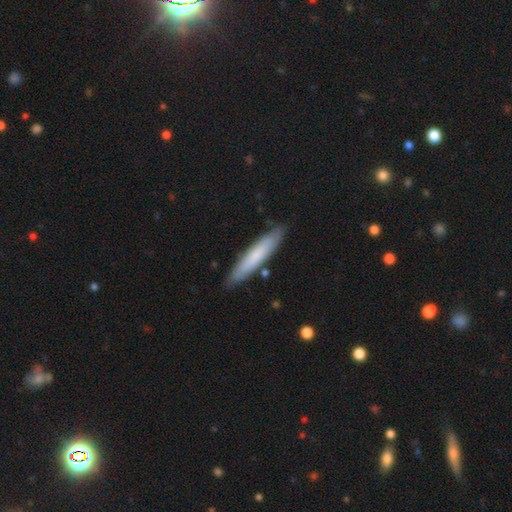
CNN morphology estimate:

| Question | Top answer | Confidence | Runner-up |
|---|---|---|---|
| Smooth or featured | smooth | 67% | featured or disk (27%) |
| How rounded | cigar-shaped | 90% | in between (9%) |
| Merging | none | 85% | minor disturbance (11%) |